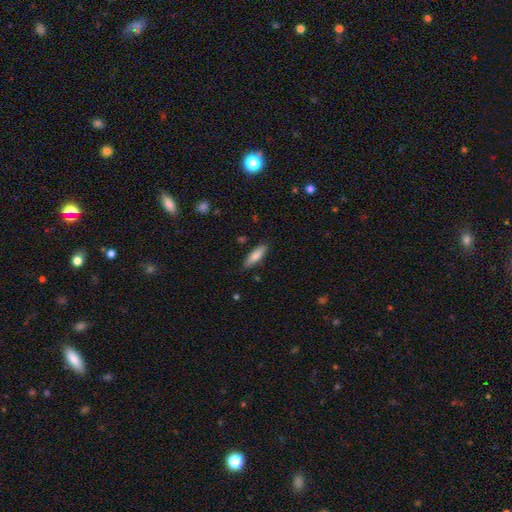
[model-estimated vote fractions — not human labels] Morphology: type=smooth (77%); roundness=cigar-shaped (55%); merging=none (84%).